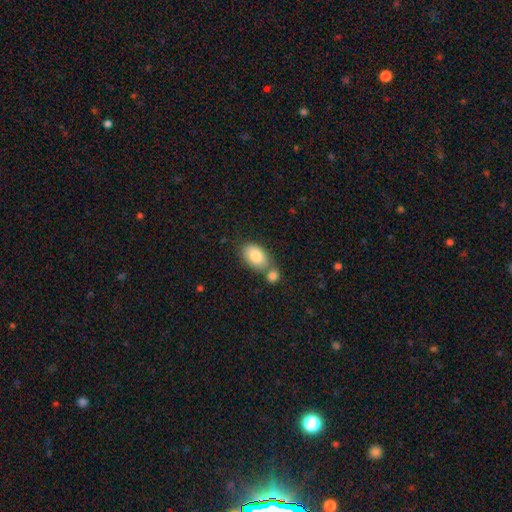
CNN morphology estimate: Overall: smooth (84%). How rounded: in between (90%). Merging: none (50%; merger 34%).